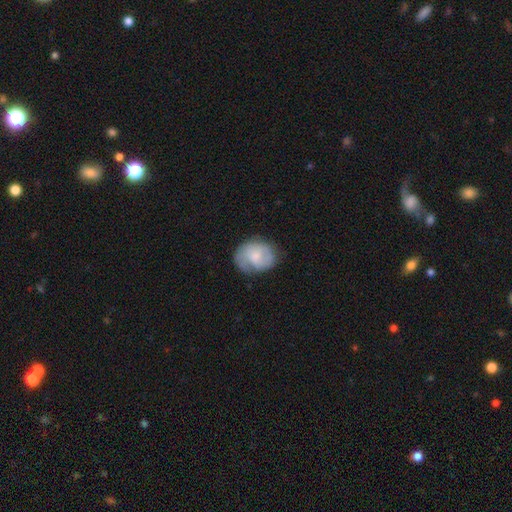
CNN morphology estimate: Q: Smooth or featured?
A: smooth (56%); runner-up: featured or disk (37%)
Q: How rounded?
A: round (53%); runner-up: in between (46%)
Q: Merging?
A: none (59%); runner-up: minor disturbance (28%)